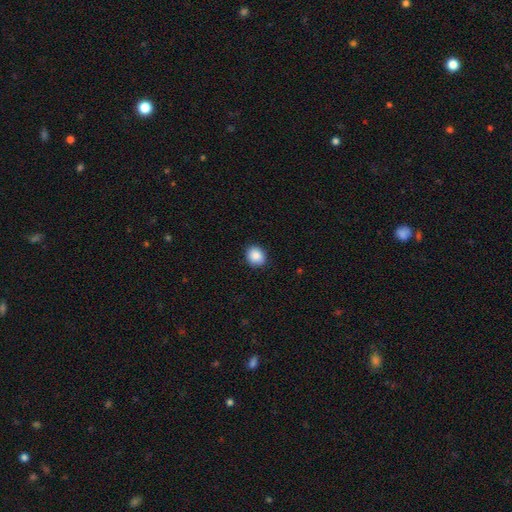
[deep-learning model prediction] smooth 88%, star or artifact 8%, featured or disk 3%. Down the decision tree: how rounded — round (64%); merging — none (89%).